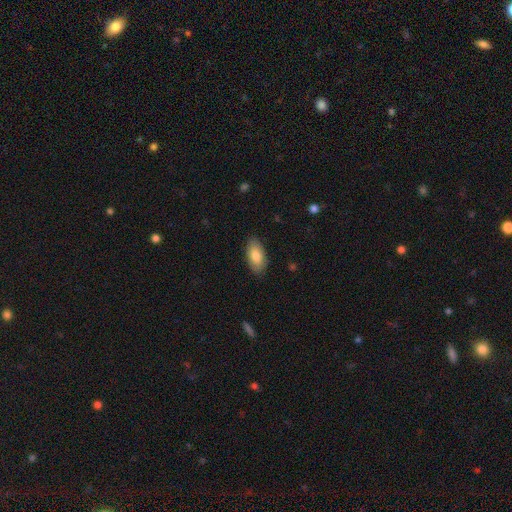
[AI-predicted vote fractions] Smooth or featured? smooth (83%)
How rounded? in between (93%)
Merging? none (86%)